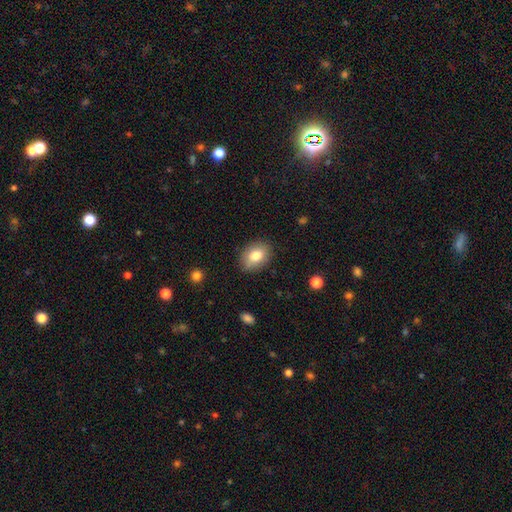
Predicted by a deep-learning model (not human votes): smooth 81%, featured or disk 11%, star or artifact 8%. Down the decision tree: how rounded — in between (77%); merging — none (85%).